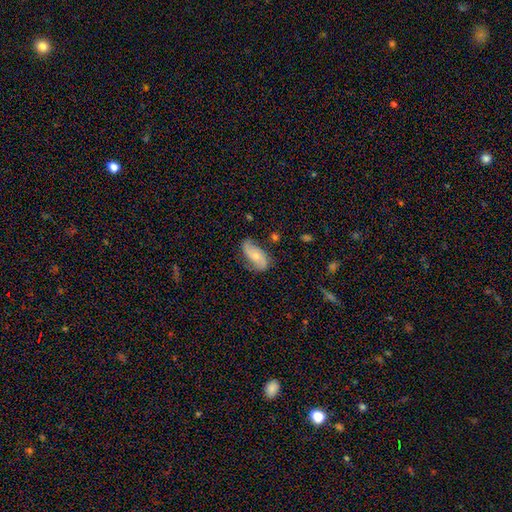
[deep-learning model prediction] smooth-or-featured: featured or disk: 56% | smooth: 37% | star or artifact: 7%
  disk-edge-on: no: 94% | yes: 6%
    bar: no: 67% | weak: 26% | strong: 7%
    has-spiral-arms: yes: 88% | no: 12%
    bulge-size: small: 52% | moderate: 37% | none: 6% | large: 3% | dominant: 1%
  merging: none: 65% | minor disturbance: 24% | major disturbance: 8% | merger: 2%